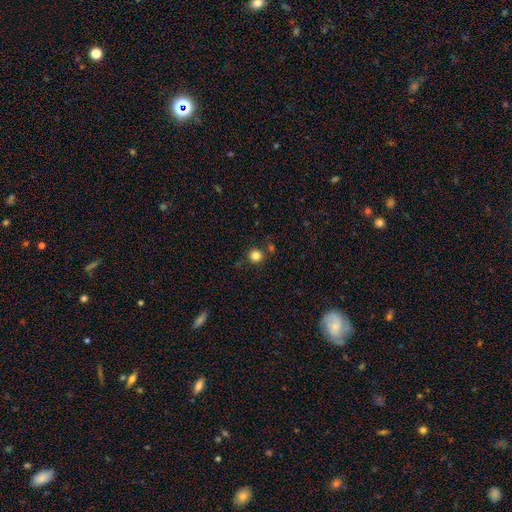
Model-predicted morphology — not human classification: A smooth galaxy with no disk features (83%) that is round (94%).

Vote fractions:
- Smooth or featured? smooth: 83% / star or artifact: 12% / featured or disk: 4%
- How rounded? round: 94% / in between: 5% / cigar-shaped: 1%
- Merging? none: 85% / minor disturbance: 7% / merger: 6% / major disturbance: 2%